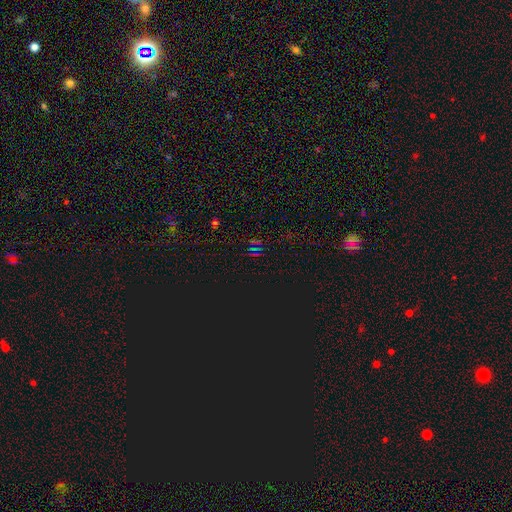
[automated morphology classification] Q: Smooth or featured?
A: star or artifact (79%); runner-up: smooth (14%)